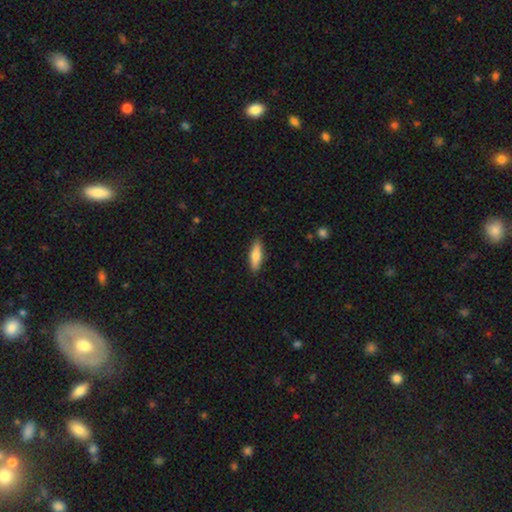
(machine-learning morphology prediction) Smooth or featured?
  - smooth: 73% *
  - featured or disk: 21%
  - star or artifact: 6%
How rounded?
  - cigar-shaped: 52% *
  - in between: 46%
  - round: 2%
Merging?
  - none: 88% *
  - minor disturbance: 9%
  - major disturbance: 2%
  - merger: 1%